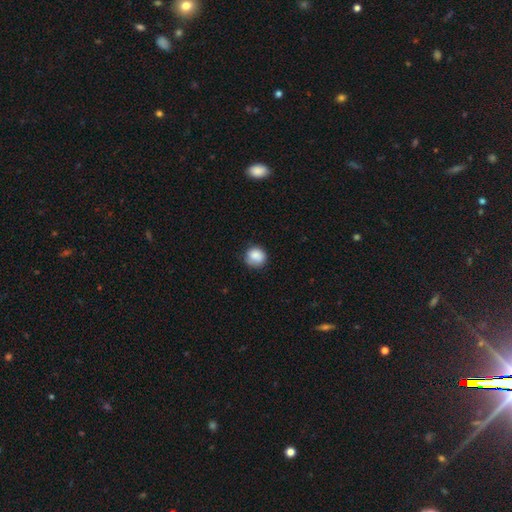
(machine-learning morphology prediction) Smooth or featured: smooth — 86% (star or artifact — 9%)
How rounded: round — 86% (in between — 13%)
Merging: none — 73% (minor disturbance — 21%)